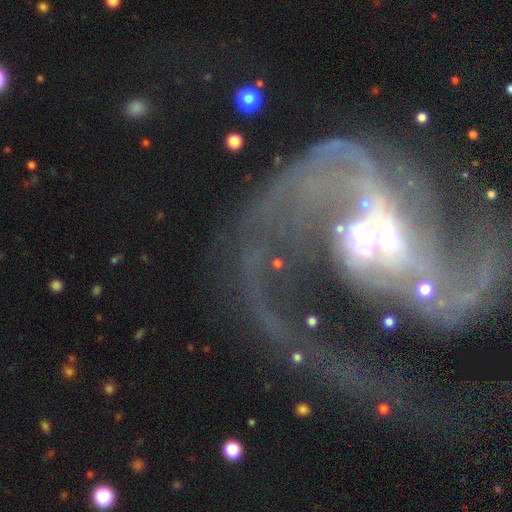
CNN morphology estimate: Smooth or featured: featured or disk — 78% (smooth — 11%)
Edge-on disk: no — 96% (yes — 4%)
Bar: no — 48% (weak — 30%)
Spiral arms: yes — 80% (no — 20%)
Spiral winding: loose — 58% (medium — 31%)
Spiral arm count: 2 — 51% (1 — 22%)
Bulge size: moderate — 56% (small — 26%)
Merging: major disturbance — 39% (merger — 27%)